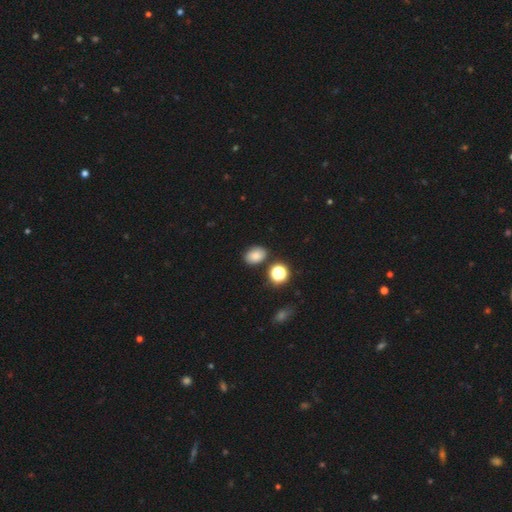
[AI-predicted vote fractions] Smooth or featured?
  - smooth: 80% *
  - star or artifact: 13%
  - featured or disk: 6%
How rounded?
  - in between: 72% *
  - round: 27%
  - cigar-shaped: 1%
Merging?
  - none: 81% *
  - minor disturbance: 11%
  - merger: 5%
  - major disturbance: 3%